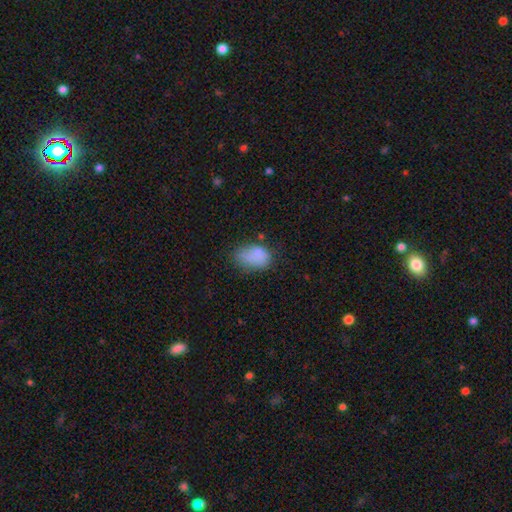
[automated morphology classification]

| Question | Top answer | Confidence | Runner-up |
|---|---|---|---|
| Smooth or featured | smooth | 78% | featured or disk (12%) |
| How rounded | in between | 87% | round (12%) |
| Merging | none | 49% | minor disturbance (30%) |